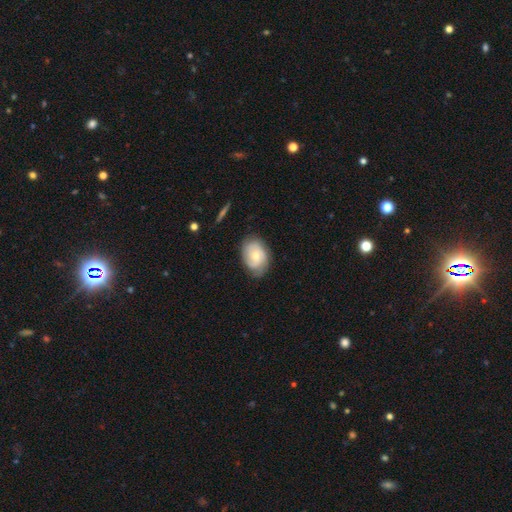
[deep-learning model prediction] Morphology: type=smooth (49%); merging=none (72%).